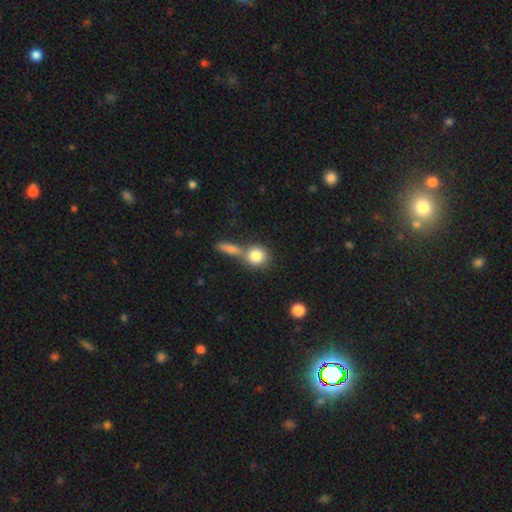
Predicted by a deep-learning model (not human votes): This appears to be a smooth galaxy with no disk features (83%) that is round (82%). Merging: none (48%).